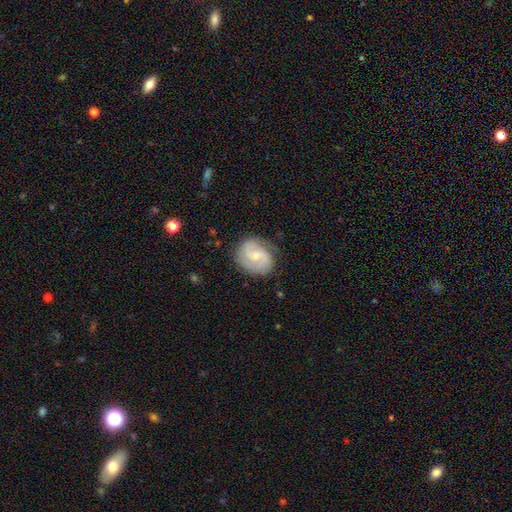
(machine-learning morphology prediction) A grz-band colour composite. It shows a featured or disk galaxy (80%) with no bar (47%), 2 (75%) medium (44%) spiral arms (96%) and a small central bulge (60%). Merging: none (77%).